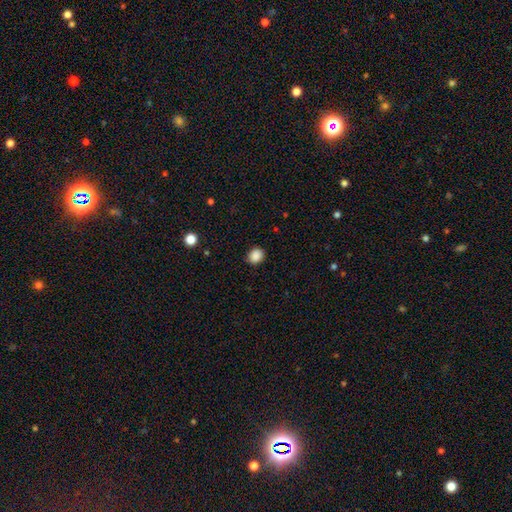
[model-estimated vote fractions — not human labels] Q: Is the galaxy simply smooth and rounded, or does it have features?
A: smooth — 88%.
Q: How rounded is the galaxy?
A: round — 66%.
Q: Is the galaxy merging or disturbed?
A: none — 87%.